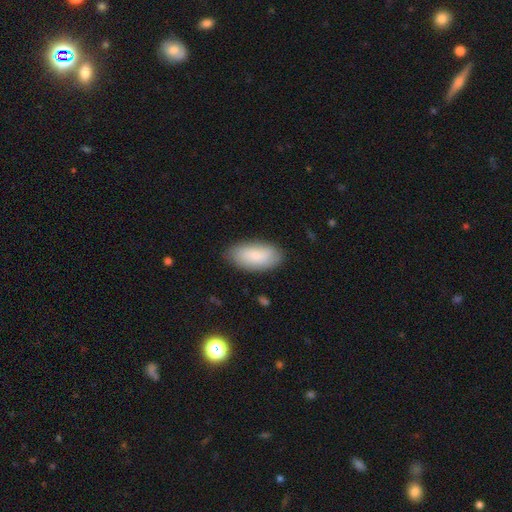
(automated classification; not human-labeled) Smooth or featured: smooth — 81% (featured or disk — 13%)
How rounded: in between — 93% (cigar-shaped — 5%)
Merging: none — 83% (minor disturbance — 13%)